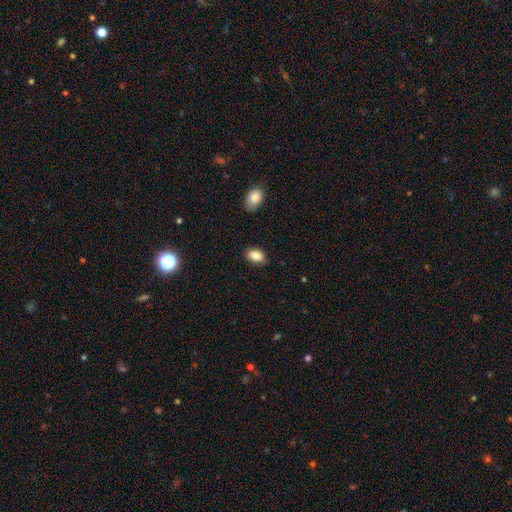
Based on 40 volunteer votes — A smooth galaxy with no disk features (82%) that is in between round and cigar-shaped (94%). Merging: none (89%).